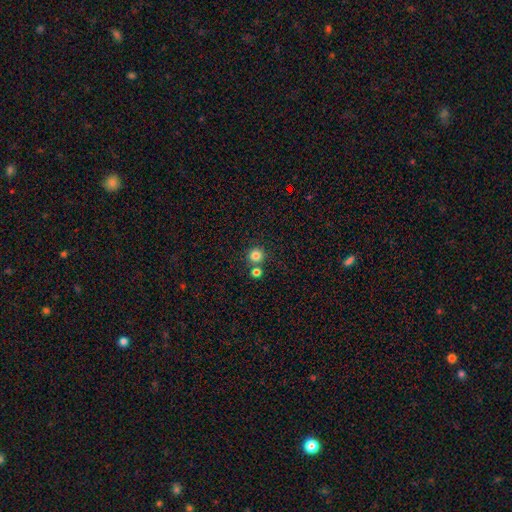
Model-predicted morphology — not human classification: smooth_or_featured: smooth (p=0.82) [alt: star or artifact p=0.13]
how_rounded: round (p=0.94) [alt: in between p=0.05]
merging: none (p=0.74) [alt: merger p=0.17]